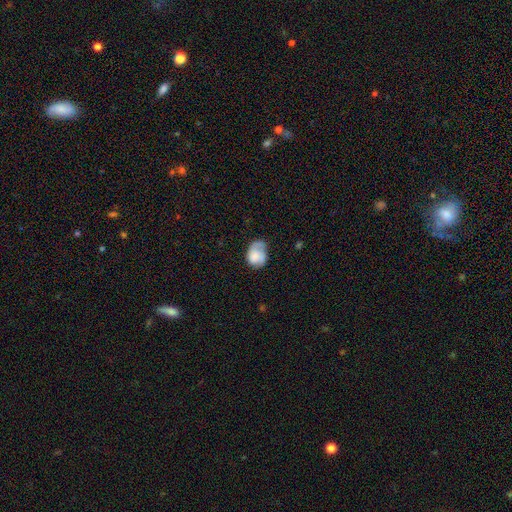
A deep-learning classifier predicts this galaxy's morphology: A smooth galaxy with no disk features (57%) that is in between round and cigar-shaped (72%).

Vote fractions:
- Smooth or featured? smooth: 57% / featured or disk: 35% / star or artifact: 8%
- How rounded? in between: 72% / round: 27% / cigar-shaped: 1%
- Merging? none: 39% / minor disturbance: 37% / major disturbance: 21% / merger: 4%